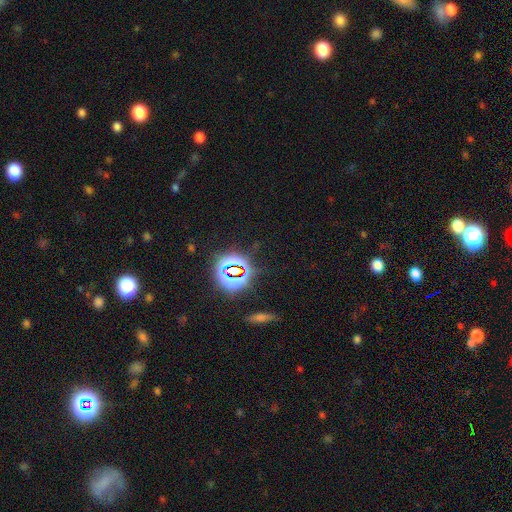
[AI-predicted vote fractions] smooth_or_featured: star or artifact (p=0.79) [alt: smooth p=0.13]